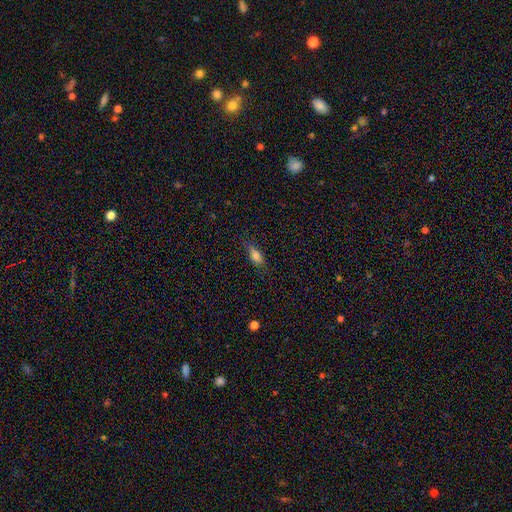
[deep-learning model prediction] Overall: smooth (79%). How rounded: in between (79%). Merging: none (72%).